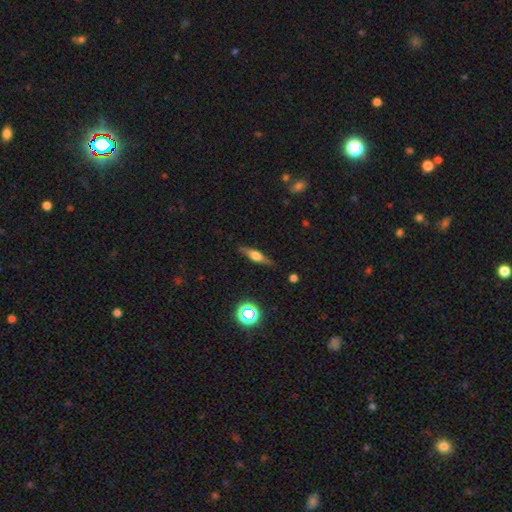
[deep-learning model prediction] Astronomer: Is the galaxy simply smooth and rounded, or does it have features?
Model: featured or disk — 60%.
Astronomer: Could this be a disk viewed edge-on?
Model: yes — 95%.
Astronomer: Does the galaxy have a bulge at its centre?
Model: rounded — 89%.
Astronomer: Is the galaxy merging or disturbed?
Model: none — 87%.